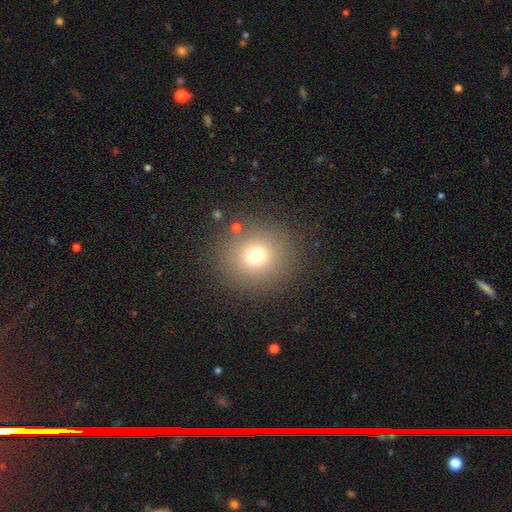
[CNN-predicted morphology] smooth-or-featured: smooth: 72% | star or artifact: 18% | featured or disk: 10%
  how-rounded: round: 88% | in between: 11% | cigar-shaped: 1%
  merging: none: 87% | minor disturbance: 7% | major disturbance: 4% | merger: 2%